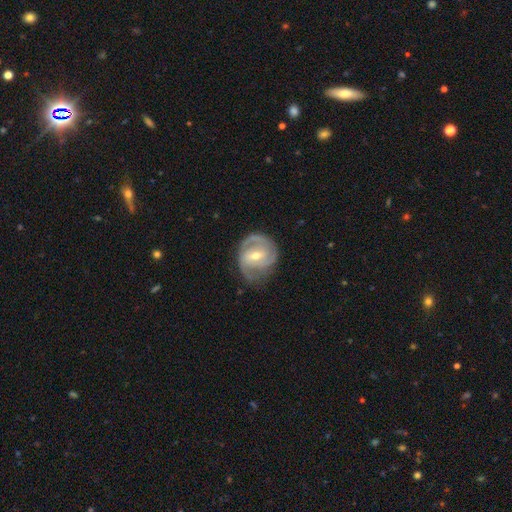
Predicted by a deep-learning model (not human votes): Overall: featured or disk (83%). Edge-on disk: no (98%). Bar: weak (53%; strong 27%). Spiral arms: yes (93%). Spiral arm count: 2 (55%; 3 18%). Spiral winding: tight (49%; medium 40%). Bulge size: moderate (60%; small 37%). Merging: none (64%).